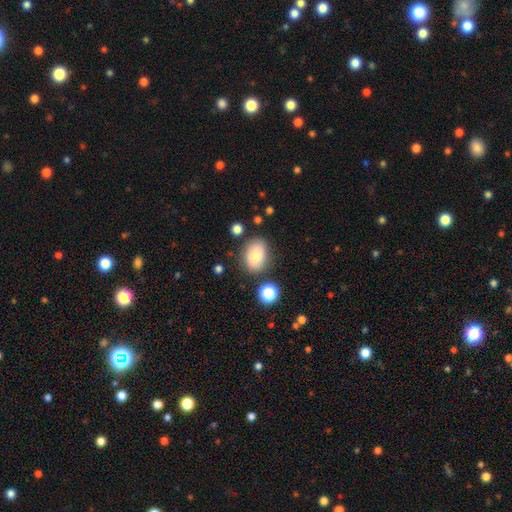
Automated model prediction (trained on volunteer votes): Smooth or featured? Predicted: smooth (p=0.73). How rounded? Predicted: in between (p=0.72). Merging? Predicted: none (p=0.75).